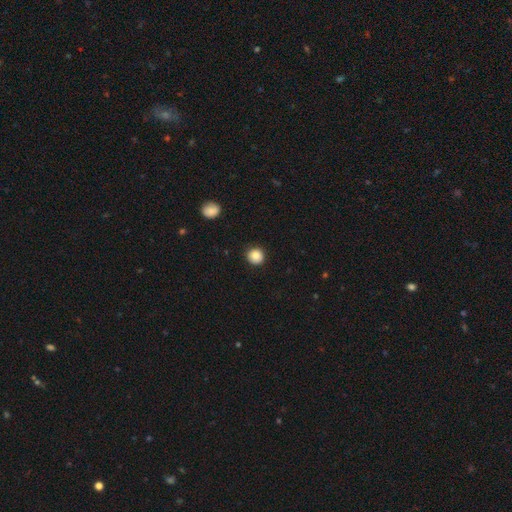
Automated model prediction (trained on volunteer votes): Smooth or featured: smooth — 85% (star or artifact — 9%)
How rounded: round — 93% (in between — 6%)
Merging: none — 90% (minor disturbance — 7%)